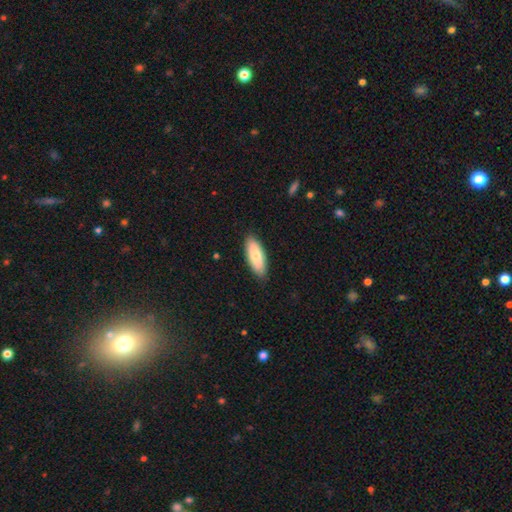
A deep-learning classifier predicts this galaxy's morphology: Overall: smooth (78%). How rounded: in between (75%). Merging: none (87%).